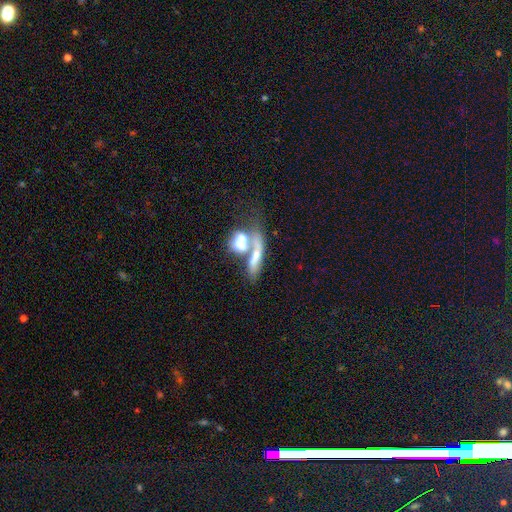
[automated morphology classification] Q: Smooth or featured?
A: smooth (51%); runner-up: featured or disk (39%)
Q: How rounded?
A: in between (54%); runner-up: cigar-shaped (27%)
Q: Merging?
A: merger (66%); runner-up: none (15%)